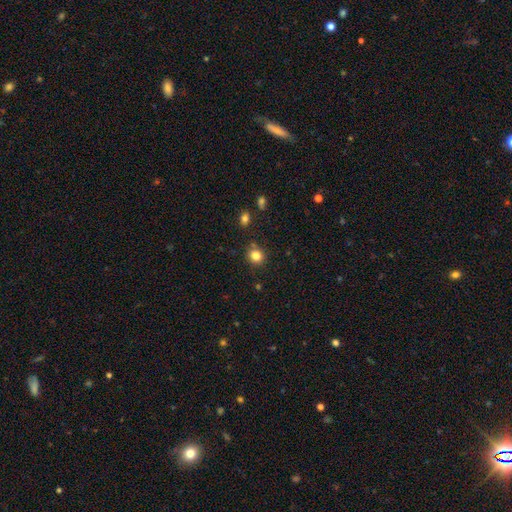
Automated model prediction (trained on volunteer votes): Smooth or featured? Predicted: smooth (p=0.82). How rounded? Predicted: round (p=0.82). Merging? Predicted: none (p=0.82).